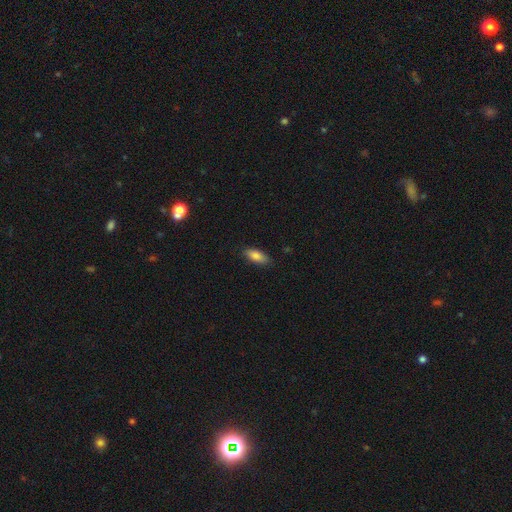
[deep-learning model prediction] Smooth or featured? Predicted: smooth (p=0.84). How rounded? Predicted: in between (p=0.80). Merging? Predicted: none (p=0.84).